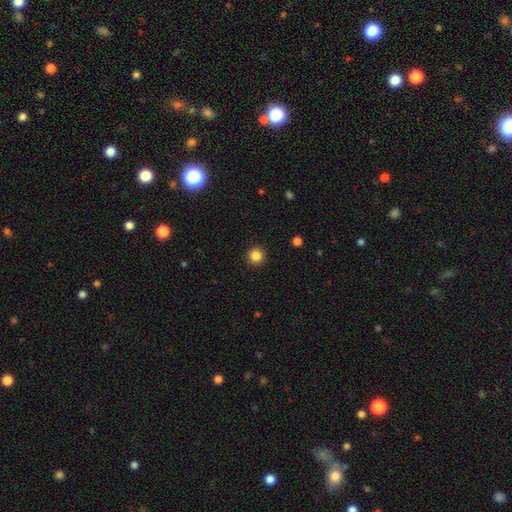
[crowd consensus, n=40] Morphology: type=smooth (82%); roundness=round (100%); merging=none (91%).